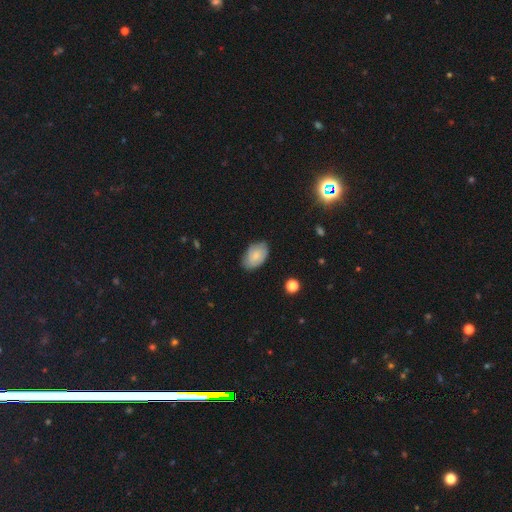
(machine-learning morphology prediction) Smooth or featured? smooth (70%)
How rounded? in between (91%)
Merging? none (75%)